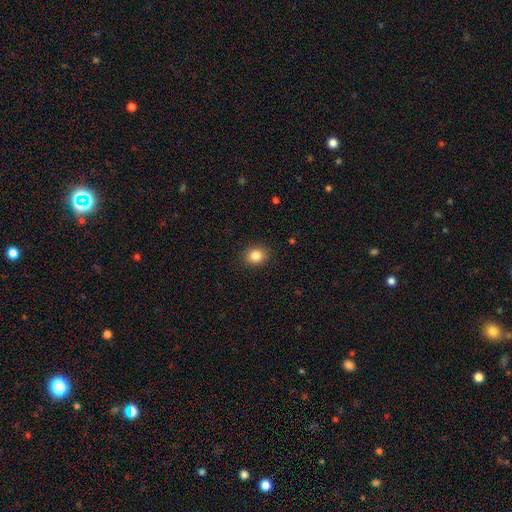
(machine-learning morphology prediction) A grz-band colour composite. It shows a smooth galaxy with no disk features (85%) that is round (58%). Merging: none (90%).